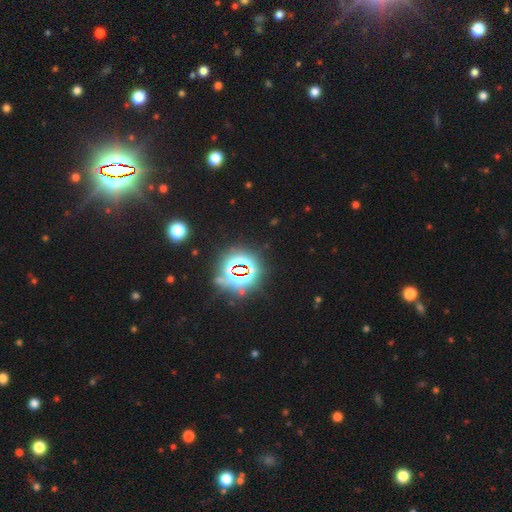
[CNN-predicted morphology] The model was most divided on "smooth or featured": star or artifact: 81%, smooth: 10%, featured or disk: 8%.